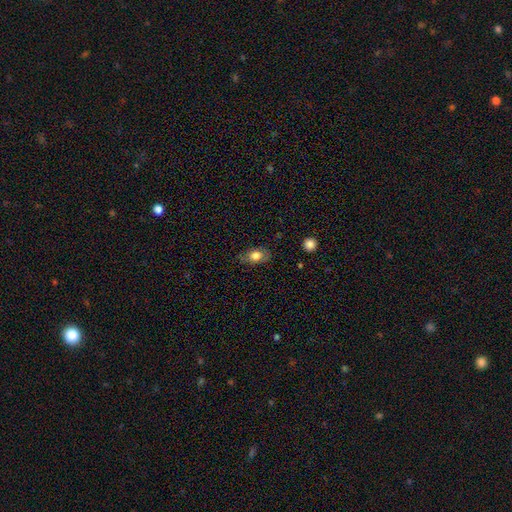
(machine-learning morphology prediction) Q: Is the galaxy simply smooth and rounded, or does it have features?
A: smooth — 73%.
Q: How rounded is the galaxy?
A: in between — 82%.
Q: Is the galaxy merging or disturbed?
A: none — 74%.